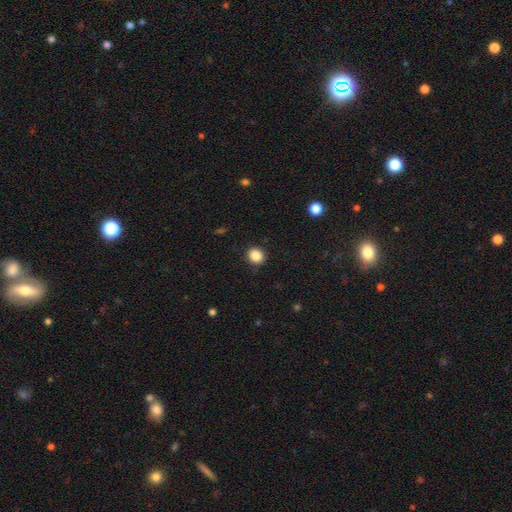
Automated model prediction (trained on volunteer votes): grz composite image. It shows a smooth galaxy with no disk features (86%) that is round (82%). Merging: none (91%).